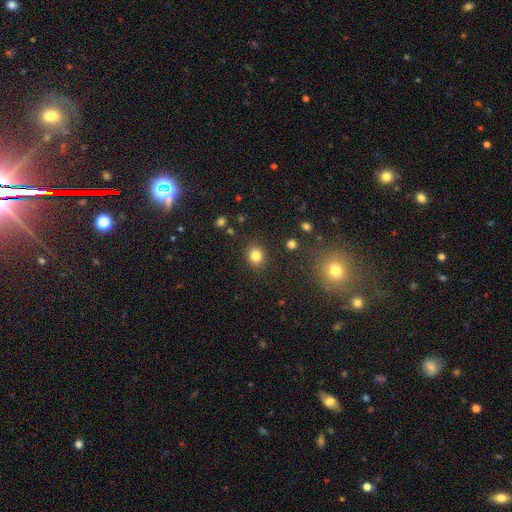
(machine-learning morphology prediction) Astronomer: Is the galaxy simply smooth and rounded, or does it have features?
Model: smooth — 82%.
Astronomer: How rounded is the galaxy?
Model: round — 72%.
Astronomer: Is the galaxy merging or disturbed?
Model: none — 88%.